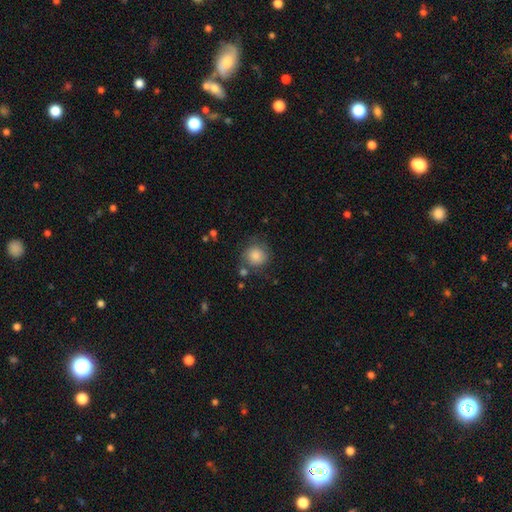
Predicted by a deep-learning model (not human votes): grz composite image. It shows a smooth galaxy with no disk features (80%) that is round (88%). Merging: none (69%).